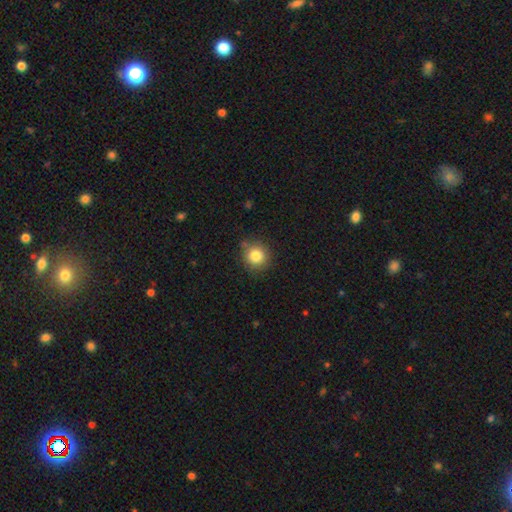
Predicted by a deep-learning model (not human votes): Smooth or featured? smooth (83%)
How rounded? round (91%)
Merging? none (84%)